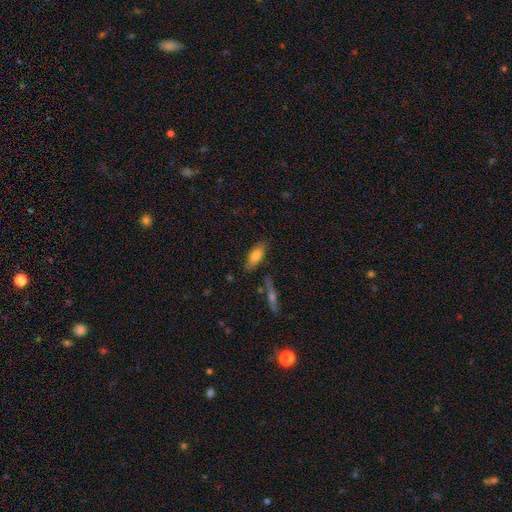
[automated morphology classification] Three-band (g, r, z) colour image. It shows a smooth galaxy with no disk features (73%) that is in between round and cigar-shaped (76%). Merging: none (79%).